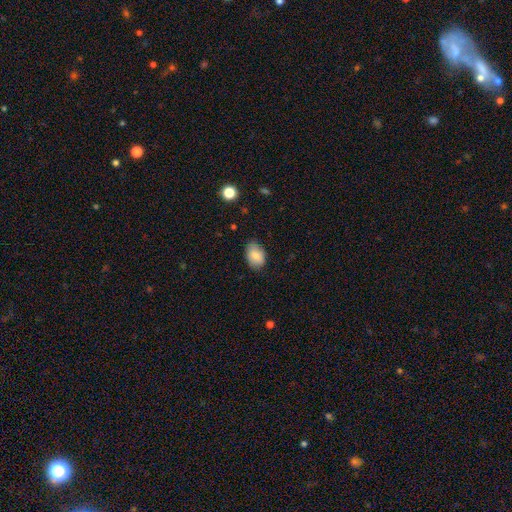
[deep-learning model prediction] Smooth or featured: smooth — 82% (featured or disk — 11%)
How rounded: in between — 85% (round — 14%)
Merging: none — 78% (minor disturbance — 18%)